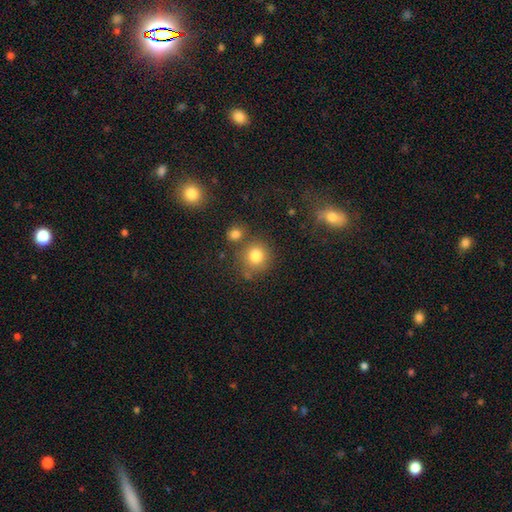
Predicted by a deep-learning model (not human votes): smooth-or-featured: smooth: 80% | star or artifact: 13% | featured or disk: 8%
  how-rounded: round: 89% | in between: 10% | cigar-shaped: 1%
  merging: none: 71% | merger: 14% | minor disturbance: 11% | major disturbance: 4%